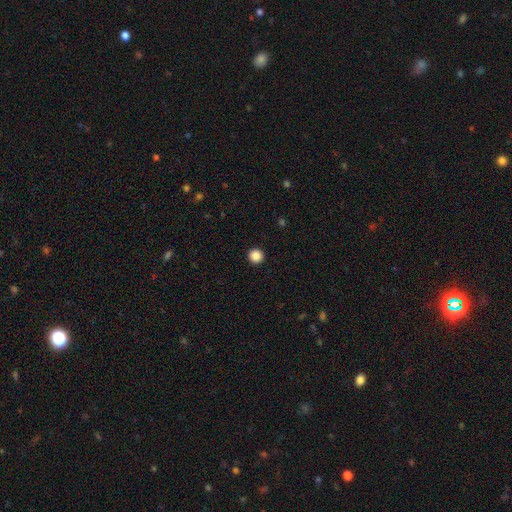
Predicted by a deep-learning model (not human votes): smooth-or-featured: smooth: 88% | star or artifact: 10% | featured or disk: 2%
  how-rounded: round: 96% | in between: 3% | cigar-shaped: 1%
  merging: none: 94% | minor disturbance: 4% | major disturbance: 1% | merger: 1%